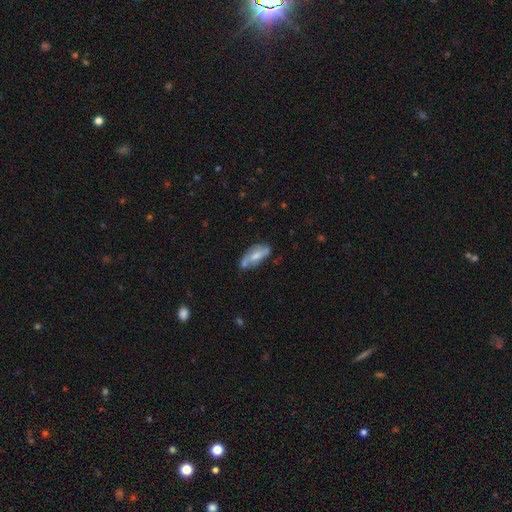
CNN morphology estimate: A smooth galaxy with no disk features (47%).

Vote fractions:
- Smooth or featured? smooth: 47% / featured or disk: 46% / star or artifact: 7%
- Merging? none: 51% / minor disturbance: 28% / merger: 11% / major disturbance: 9%